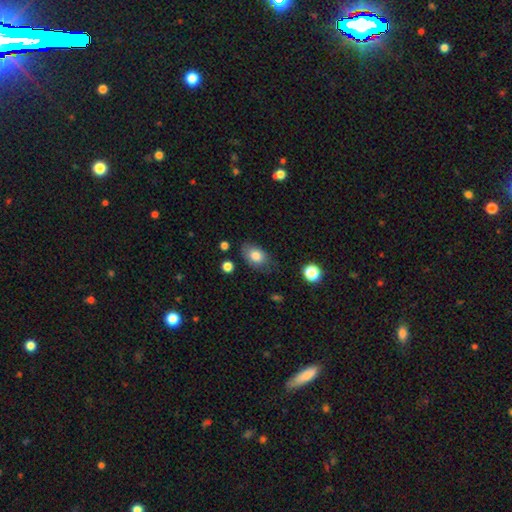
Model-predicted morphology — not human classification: Q: Smooth or featured?
A: smooth (81%); runner-up: featured or disk (11%)
Q: How rounded?
A: in between (80%); runner-up: round (18%)
Q: Merging?
A: none (69%); runner-up: minor disturbance (23%)